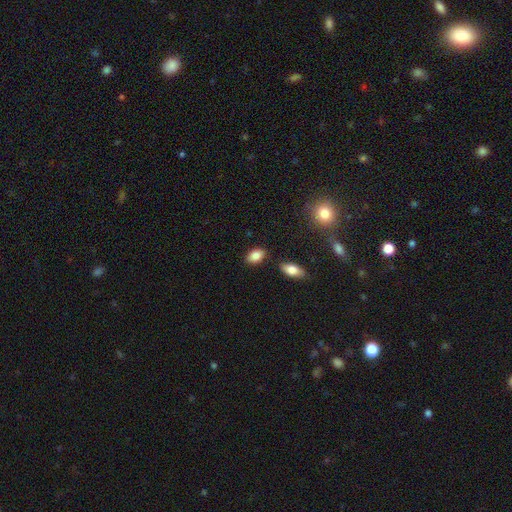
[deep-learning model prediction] smooth 85%, star or artifact 8%, featured or disk 7%. Down the decision tree: how rounded — in between (89%); merging — none (82%).